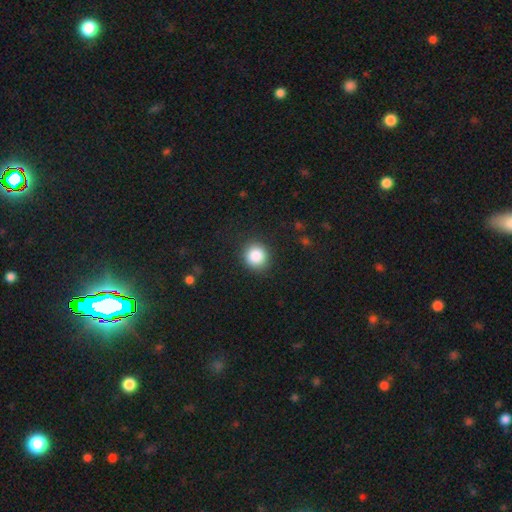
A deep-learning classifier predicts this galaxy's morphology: Smooth or featured: smooth — 87% (star or artifact — 9%)
How rounded: round — 88% (in between — 12%)
Merging: none — 89% (minor disturbance — 8%)